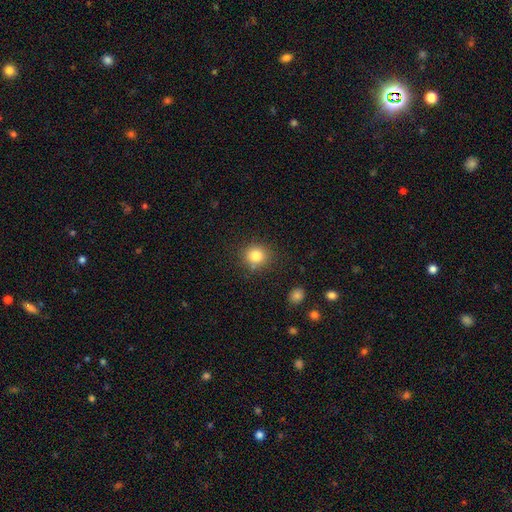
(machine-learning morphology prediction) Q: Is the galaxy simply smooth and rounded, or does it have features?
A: smooth — 82%.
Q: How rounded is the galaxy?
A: round — 85%.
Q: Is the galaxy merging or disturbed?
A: none — 84%.